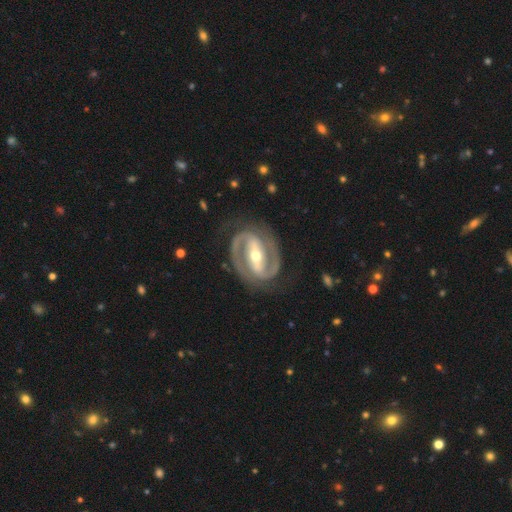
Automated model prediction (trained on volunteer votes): Smooth or featured: featured or disk — 93% (smooth — 4%)
Edge-on disk: no — 97% (yes — 3%)
Bar: strong — 72% (weak — 20%)
Spiral arms: yes — 97% (no — 3%)
Spiral winding: medium — 47% (tight — 45%)
Spiral arm count: 2 — 93% (can't tell — 2%)
Bulge size: moderate — 58% (small — 38%)
Merging: none — 83% (minor disturbance — 11%)